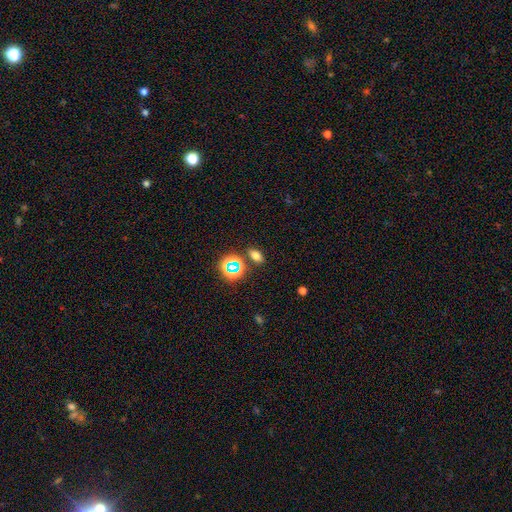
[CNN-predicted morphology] This is likely a smooth galaxy (68%). How rounded: likely in between (79%). Merging: clearly none (82%).